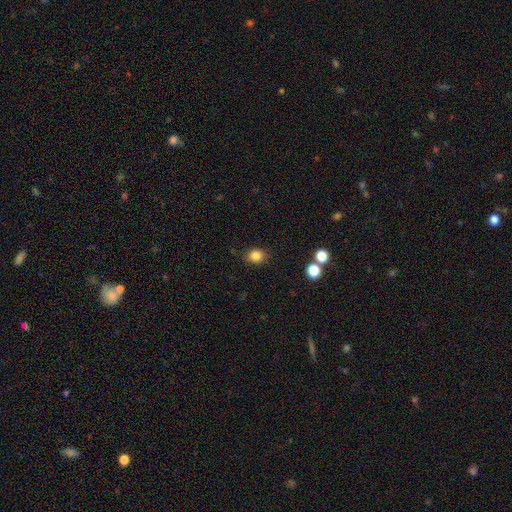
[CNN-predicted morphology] A smooth galaxy with no disk features (83%) that is round (65%).

Vote fractions:
- Smooth or featured? smooth: 83% / star or artifact: 12% / featured or disk: 5%
- How rounded? round: 65% / in between: 34% / cigar-shaped: 1%
- Merging? none: 87% / minor disturbance: 9% / major disturbance: 2% / merger: 2%